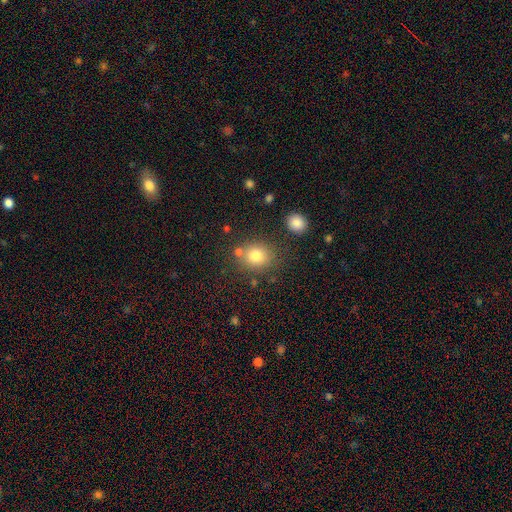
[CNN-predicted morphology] The model was most divided on "how rounded": round: 69%, in between: 30%, cigar-shaped: 1%. More confident: smooth or featured — smooth (80%); merging — none (74%).